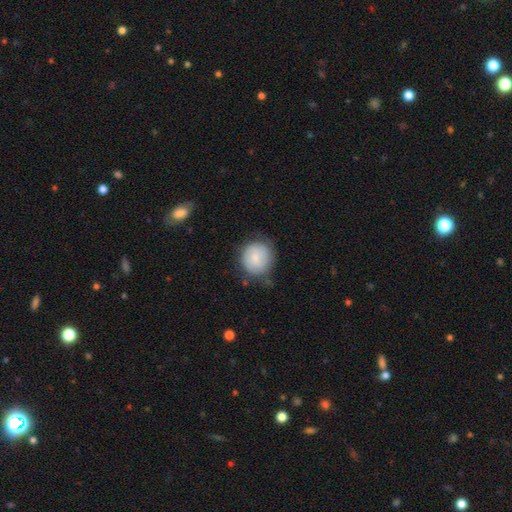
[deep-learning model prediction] A smooth galaxy with no disk features (70%) that is round (87%). Merging: none (67%).